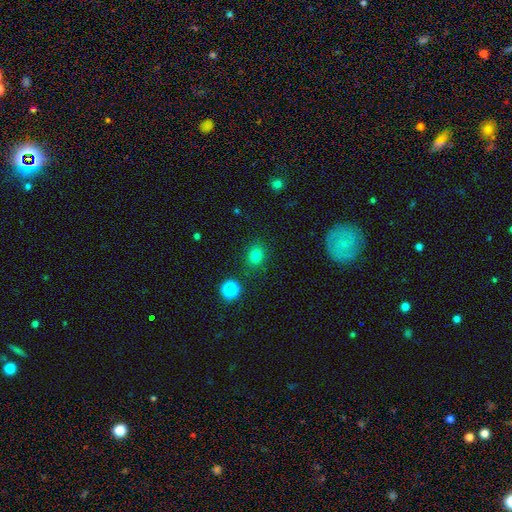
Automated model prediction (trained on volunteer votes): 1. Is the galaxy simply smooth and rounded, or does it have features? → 79% smooth, 14% star or artifact, 7% featured or disk.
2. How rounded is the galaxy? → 56% round, 42% in between, 1% cigar-shaped.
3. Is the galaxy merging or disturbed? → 84% none, 10% minor disturbance, 3% major disturbance, 3% merger.